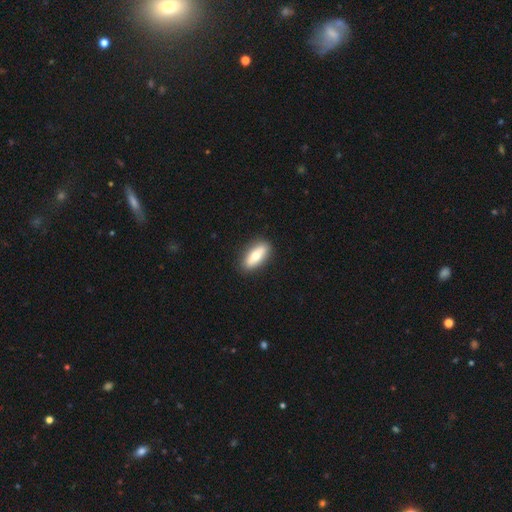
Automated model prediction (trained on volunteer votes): Morphology: type=smooth (69%); roundness=in between (72%); merging=none (89%).